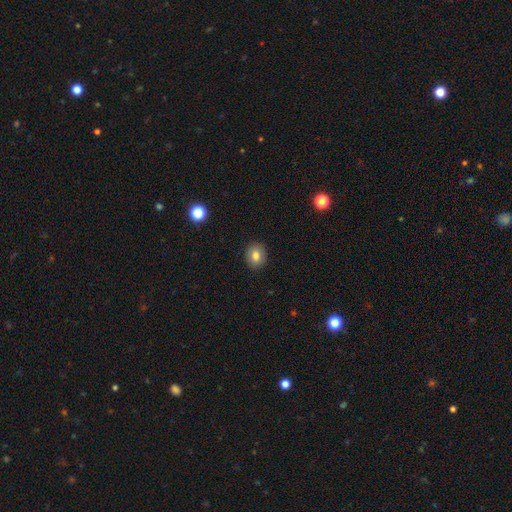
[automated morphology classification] A smooth galaxy with no disk features (78%) that is round (62%). Merging: none (90%).